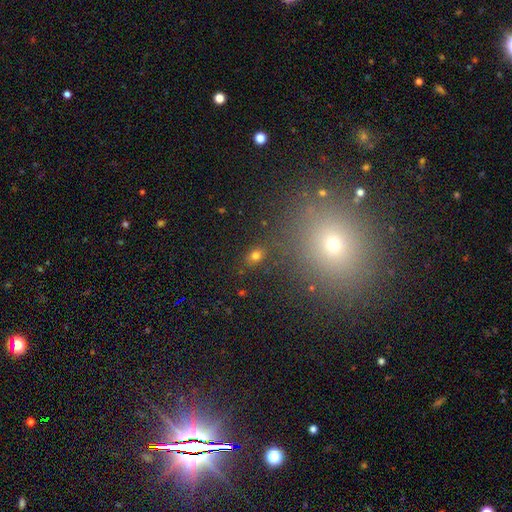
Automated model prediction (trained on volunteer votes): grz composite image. It shows a smooth galaxy with no disk features (75%) that is in between round and cigar-shaped (71%). Merging: none (82%).